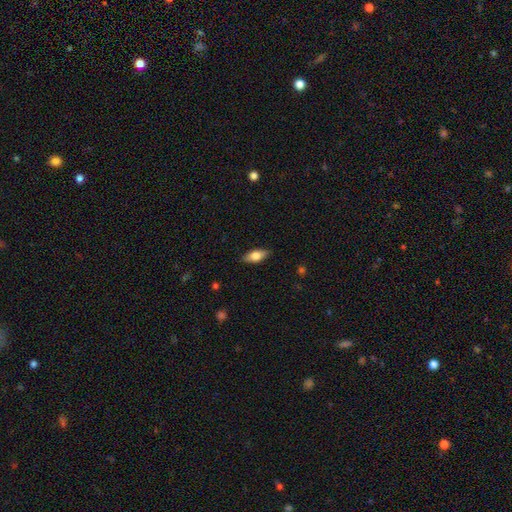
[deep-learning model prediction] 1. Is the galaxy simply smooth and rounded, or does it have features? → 69% smooth, 25% featured or disk, 7% star or artifact.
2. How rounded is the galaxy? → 79% in between, 17% cigar-shaped, 3% round.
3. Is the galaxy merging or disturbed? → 86% none, 11% minor disturbance, 2% major disturbance, 1% merger.